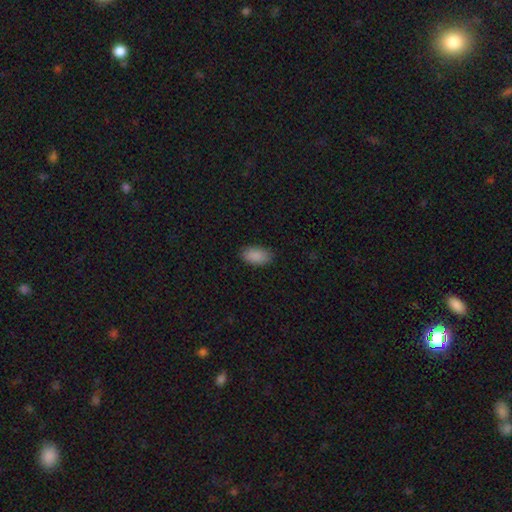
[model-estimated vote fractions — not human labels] Smooth or featured? smooth (90%)
How rounded? in between (94%)
Merging? none (87%)